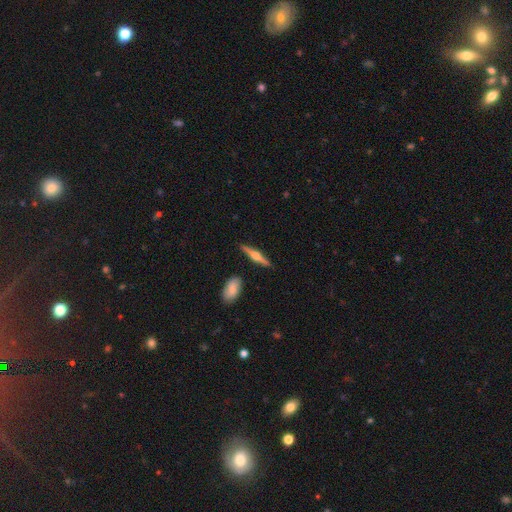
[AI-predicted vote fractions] The model was most divided on "smooth or featured": featured or disk: 69%, smooth: 26%, star or artifact: 5%. More confident: edge-on disk — yes (97%); edge-on bulge — rounded (94%); merging — none (88%).